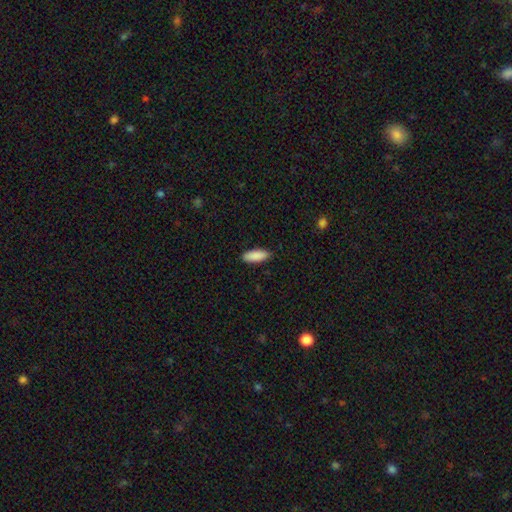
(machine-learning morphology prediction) A smooth galaxy with no disk features (90%) that is in between round and cigar-shaped (68%).

Vote fractions:
- Smooth or featured? smooth: 90% / star or artifact: 6% / featured or disk: 4%
- How rounded? in between: 68% / cigar-shaped: 31% / round: 2%
- Merging? none: 88% / minor disturbance: 9% / major disturbance: 2% / merger: 1%